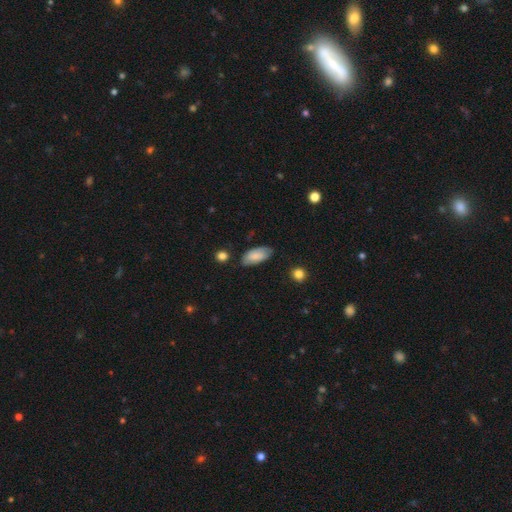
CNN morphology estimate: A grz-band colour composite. It shows a smooth galaxy with no disk features (74%) that is in between round and cigar-shaped (92%). Merging: none (71%).